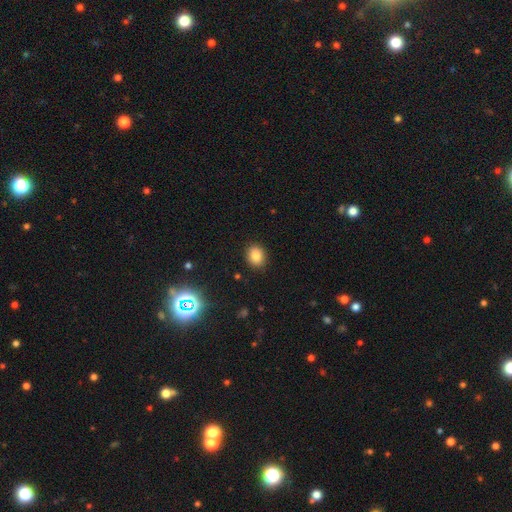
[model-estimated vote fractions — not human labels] The model was most divided on "how rounded": round: 58%, in between: 41%, cigar-shaped: 1%. More confident: merging — none (89%); smooth or featured — smooth (83%).